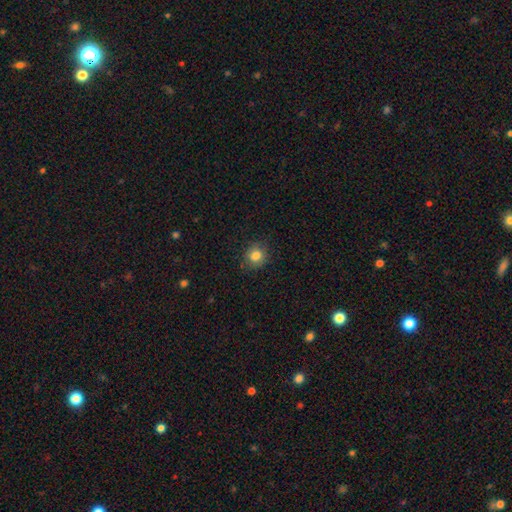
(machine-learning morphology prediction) Q: Smooth or featured?
A: smooth (82%); runner-up: star or artifact (11%)
Q: How rounded?
A: round (83%); runner-up: in between (16%)
Q: Merging?
A: none (85%); runner-up: minor disturbance (11%)